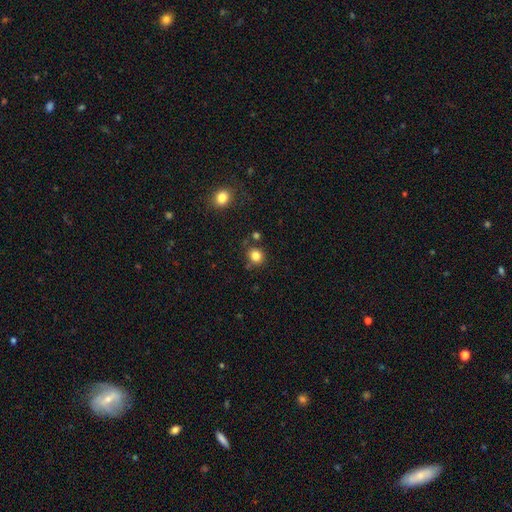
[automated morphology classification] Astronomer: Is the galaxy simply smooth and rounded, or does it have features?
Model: smooth — 83%.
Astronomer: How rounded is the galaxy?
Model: round — 78%.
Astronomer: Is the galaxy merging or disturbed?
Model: none — 78%.